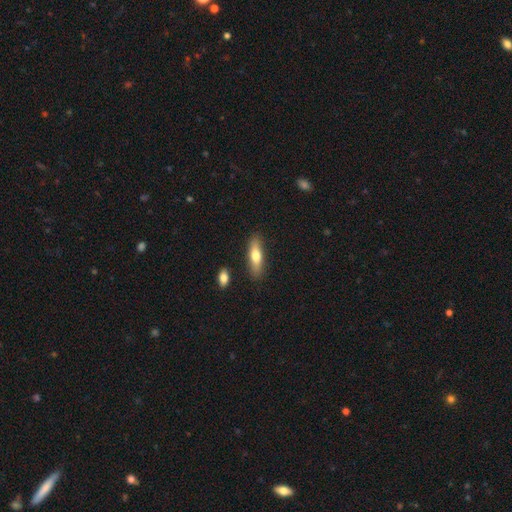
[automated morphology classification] A smooth galaxy with no disk features (69%) that is cigar-shaped (57%). Merging: none (84%).